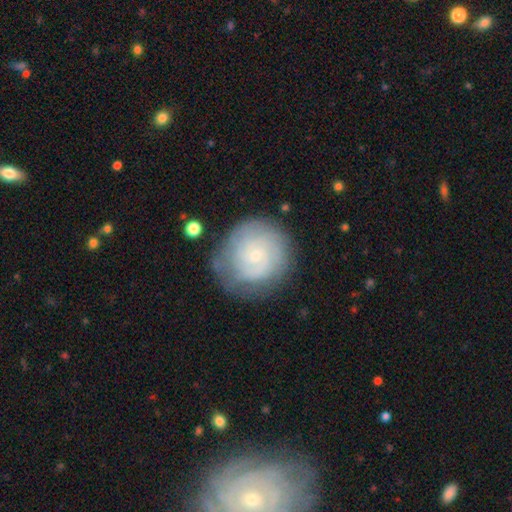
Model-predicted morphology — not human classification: This is possibly a featured or disk galaxy (58%). It is clearly not viewed edge-on (98%). Bar: likely no (78%). Spiral arm pattern: clearly yes (82%). Central bulge: clearly small (81%). Merging: likely none (72%).